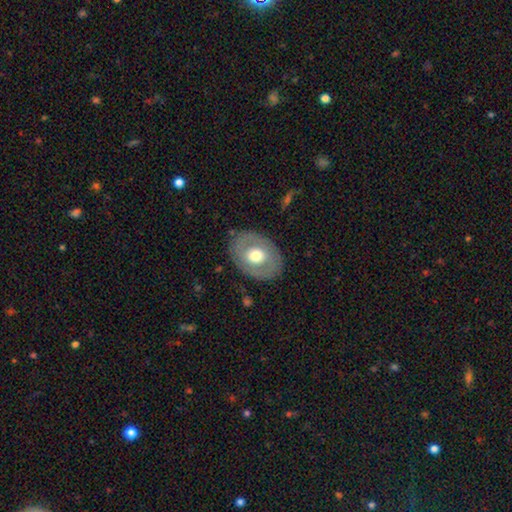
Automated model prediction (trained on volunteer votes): Smooth or featured: featured or disk — 48% (smooth — 47%)
Merging: none — 82% (minor disturbance — 12%)